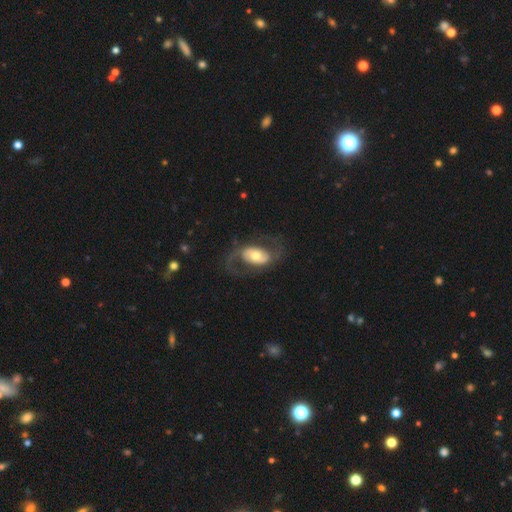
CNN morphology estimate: type=featured or disk (72%); edge-on=no (95%); bar=no (52%); spiral arms=yes (80%); winding=loose (47%); arm count=2 (86%); bulge=moderate (64%); merging=none (63%).